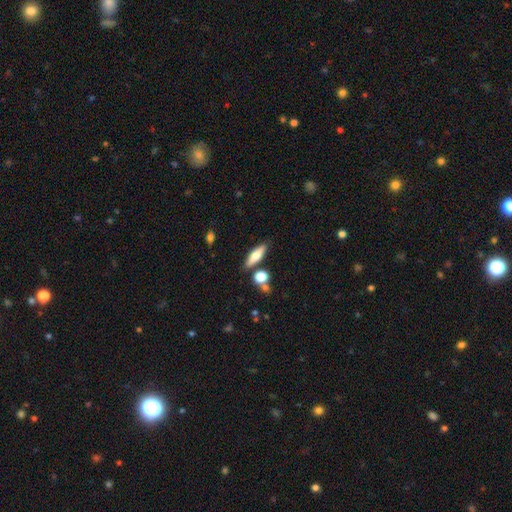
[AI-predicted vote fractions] Smooth or featured? Predicted: smooth (p=0.64). How rounded? Predicted: cigar-shaped (p=0.54). Merging? Predicted: none (p=0.79).